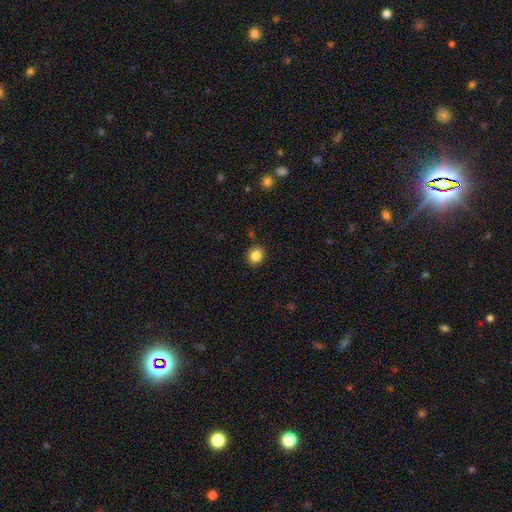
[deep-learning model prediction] Morphology: type=smooth (84%); roundness=round (72%); merging=none (81%).